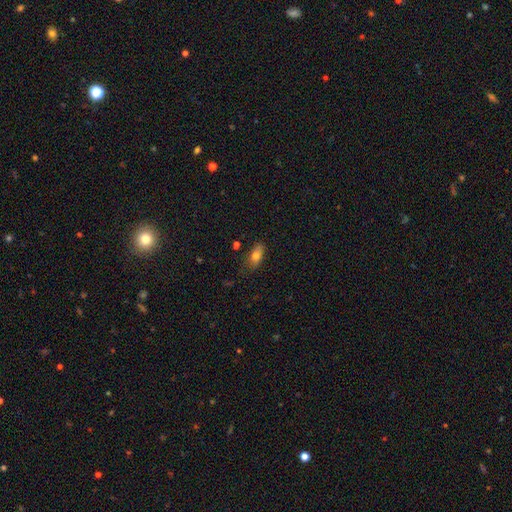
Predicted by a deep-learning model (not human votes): Smooth or featured? Predicted: smooth (p=0.76). How rounded? Predicted: in between (p=0.83). Merging? Predicted: none (p=0.72).